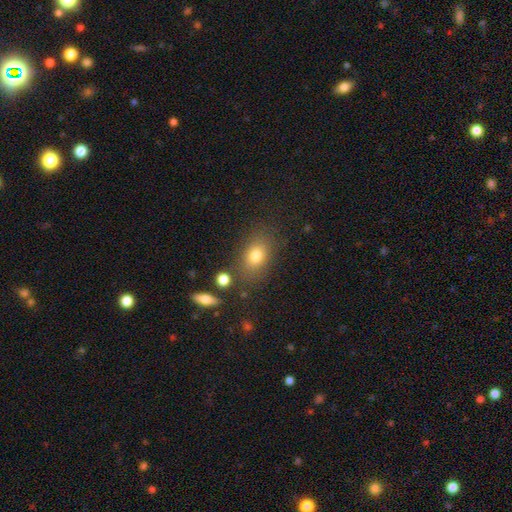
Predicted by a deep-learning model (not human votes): A smooth galaxy with no disk features (77%) that is in between round and cigar-shaped (74%).

Vote fractions:
- Smooth or featured? smooth: 77% / star or artifact: 12% / featured or disk: 11%
- How rounded? in between: 74% / round: 23% / cigar-shaped: 2%
- Merging? none: 78% / minor disturbance: 13% / major disturbance: 5% / merger: 4%